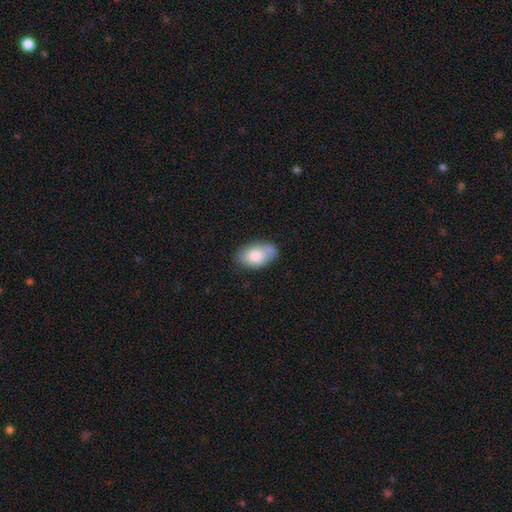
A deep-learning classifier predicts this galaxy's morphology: Smooth or featured: smooth — 79% (featured or disk — 15%)
How rounded: in between — 92% (round — 7%)
Merging: none — 61% (minor disturbance — 25%)